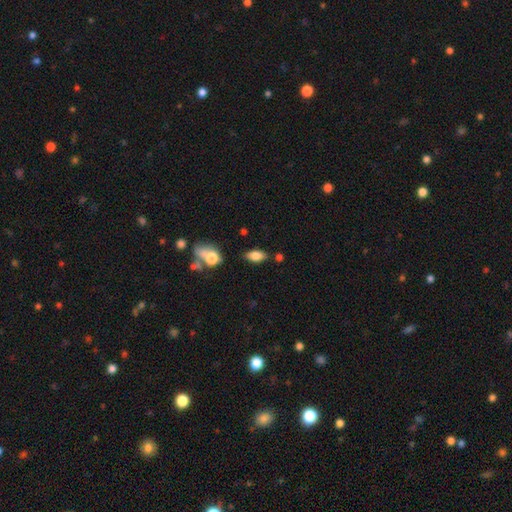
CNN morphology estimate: smooth_or_featured: smooth (p=0.78) [alt: featured or disk p=0.12]
how_rounded: in between (p=0.87) [alt: cigar-shaped p=0.06]
merging: none (p=0.77) [alt: minor disturbance p=0.12]